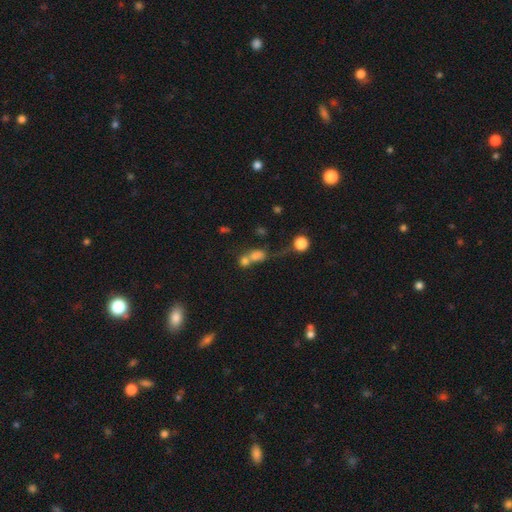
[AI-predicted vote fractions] smooth_or_featured: smooth (p=0.70) [alt: star or artifact p=0.16]
how_rounded: round (p=0.53) [alt: in between p=0.44]
merging: merger (p=0.54) [alt: none p=0.26]